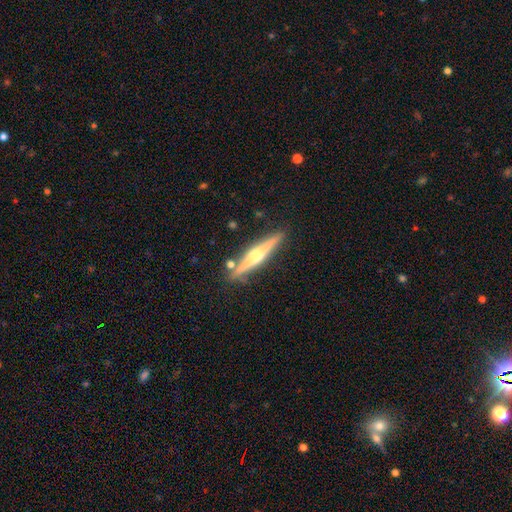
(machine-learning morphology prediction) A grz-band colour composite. It shows a featured or disk galaxy (74%) viewed edge-on (98%) with a rounded central bulge (90%). Merging: none (86%).